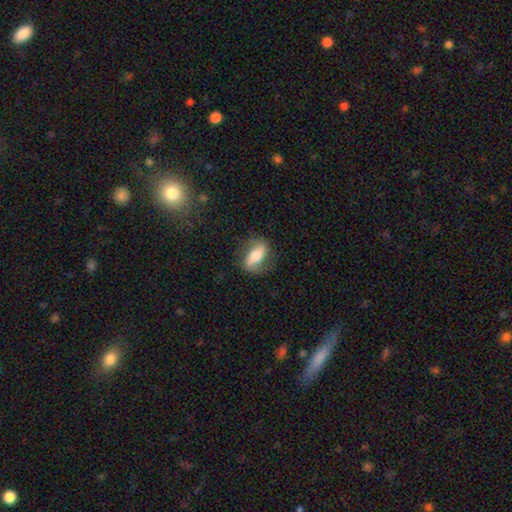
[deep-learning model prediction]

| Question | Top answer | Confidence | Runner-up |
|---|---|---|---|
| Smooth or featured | smooth | 49% | featured or disk (44%) |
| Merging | none | 72% | minor disturbance (18%) |